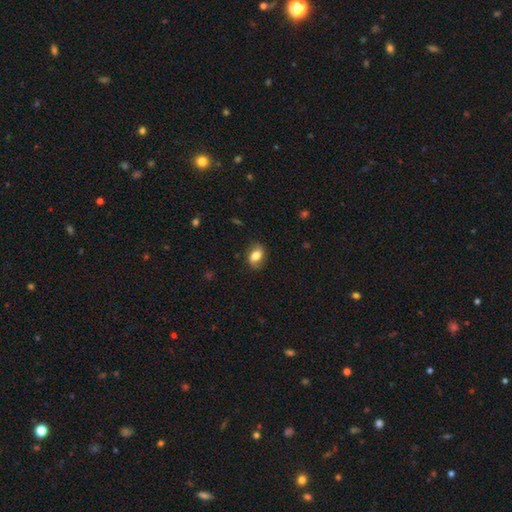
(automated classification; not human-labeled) Morphology: type=smooth (64%); roundness=in between (76%); merging=none (78%).